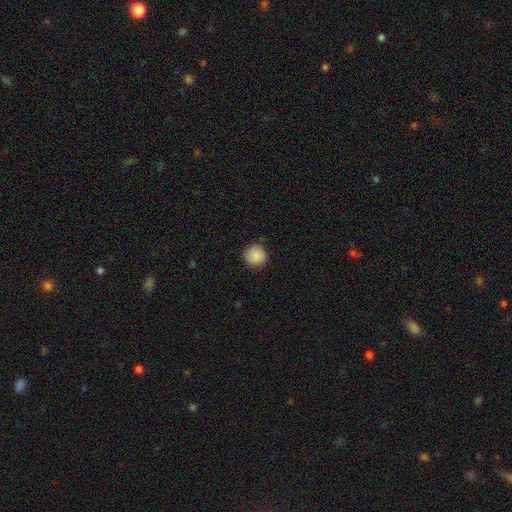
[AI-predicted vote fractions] This appears to be a smooth galaxy with no disk features (88%) that is round (93%). Merging: none (84%).